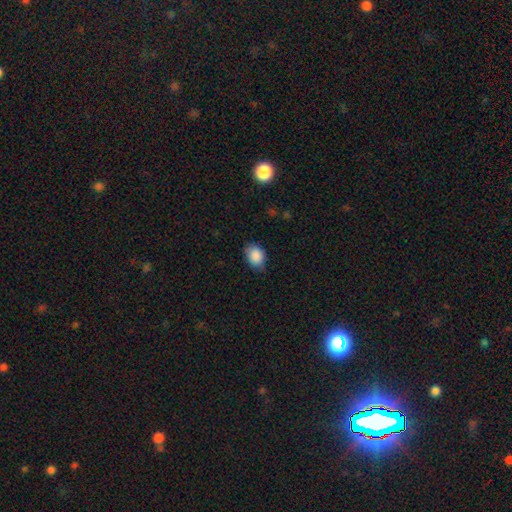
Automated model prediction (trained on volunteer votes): Smooth or featured?
  - smooth: 88% *
  - star or artifact: 7%
  - featured or disk: 4%
How rounded?
  - in between: 66% *
  - round: 33%
  - cigar-shaped: 1%
Merging?
  - none: 73% *
  - minor disturbance: 22%
  - major disturbance: 4%
  - merger: 1%